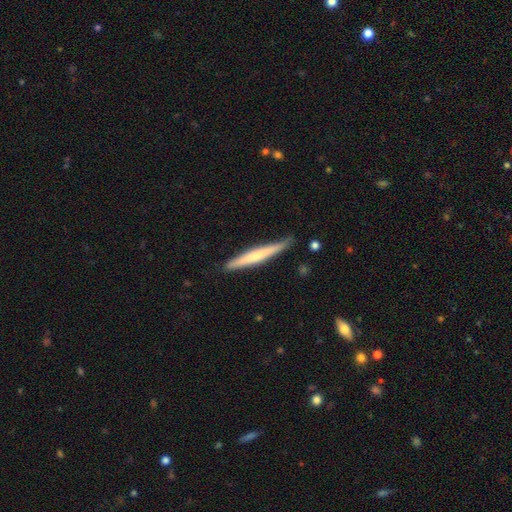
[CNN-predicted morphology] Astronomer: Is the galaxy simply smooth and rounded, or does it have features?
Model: featured or disk — 51% (runner-up: smooth, 41%).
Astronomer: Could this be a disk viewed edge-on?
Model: yes — 96%.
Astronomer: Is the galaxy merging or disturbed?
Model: none — 85%.